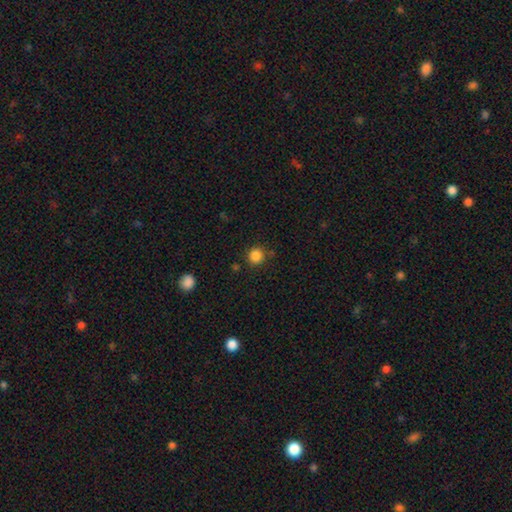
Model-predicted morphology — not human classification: smooth-or-featured: smooth: 85% | star or artifact: 12% | featured or disk: 3%
  how-rounded: round: 91% | in between: 8% | cigar-shaped: 1%
  merging: none: 85% | minor disturbance: 8% | merger: 3% | major disturbance: 3%